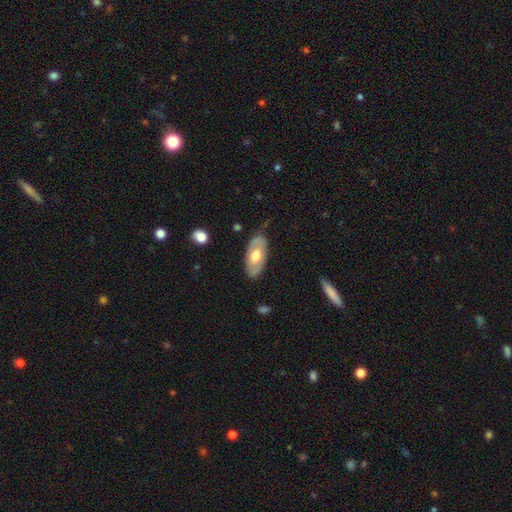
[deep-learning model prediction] This is possibly a smooth galaxy (48%). Merging: likely none (75%).